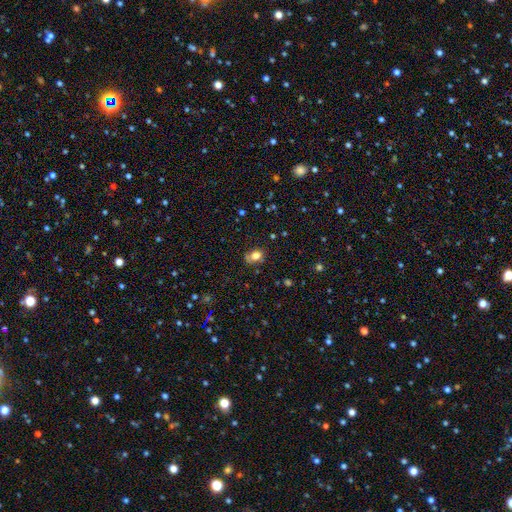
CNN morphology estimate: Smooth or featured? smooth (75%)
How rounded? round (50%)
Merging? none (60%)